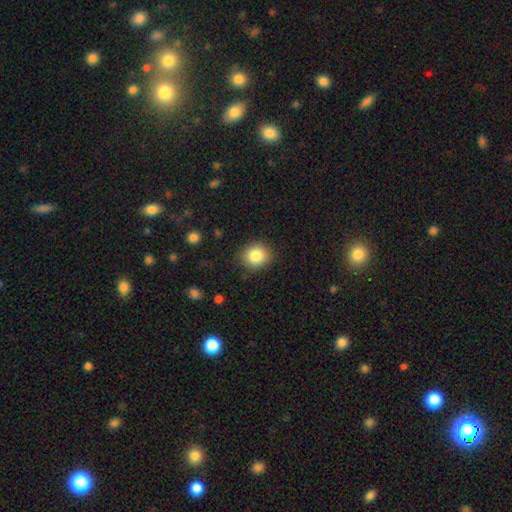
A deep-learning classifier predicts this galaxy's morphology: This appears to be a smooth galaxy with no disk features (85%) that is round (77%). Merging: none (86%).